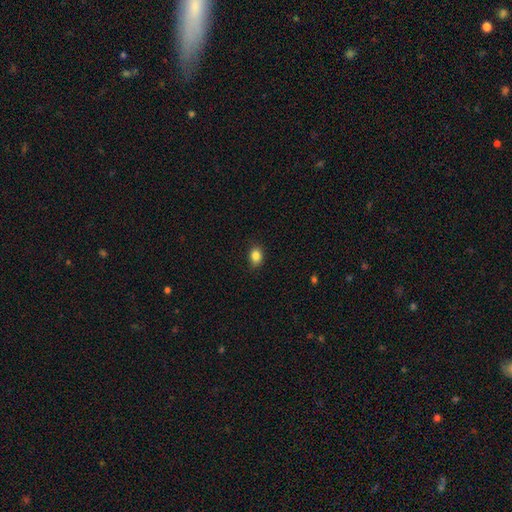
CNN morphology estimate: Smooth or featured? Predicted: smooth (p=0.86). How rounded? Predicted: in between (p=0.67). Merging? Predicted: none (p=0.85).